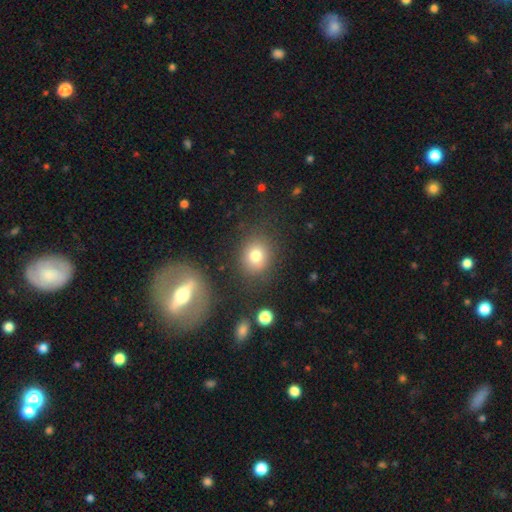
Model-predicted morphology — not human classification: smooth 78%, star or artifact 12%, featured or disk 10%. Down the decision tree: how rounded — round (68%); merging — none (81%).